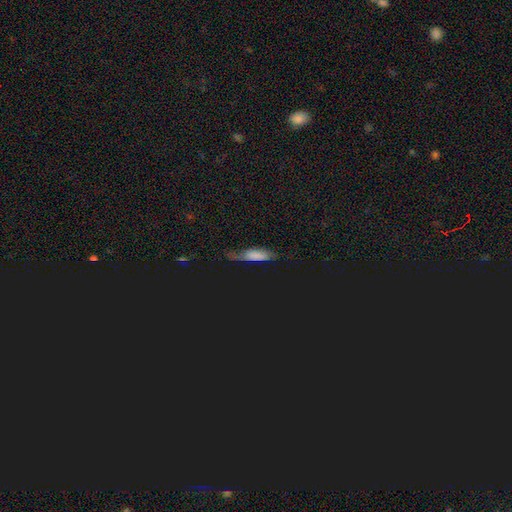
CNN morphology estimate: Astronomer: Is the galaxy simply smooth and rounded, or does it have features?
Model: smooth — 52%.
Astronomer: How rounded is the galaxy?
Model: in between — 52% (runner-up: cigar-shaped, 42%).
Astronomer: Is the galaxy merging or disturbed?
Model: none — 62%.